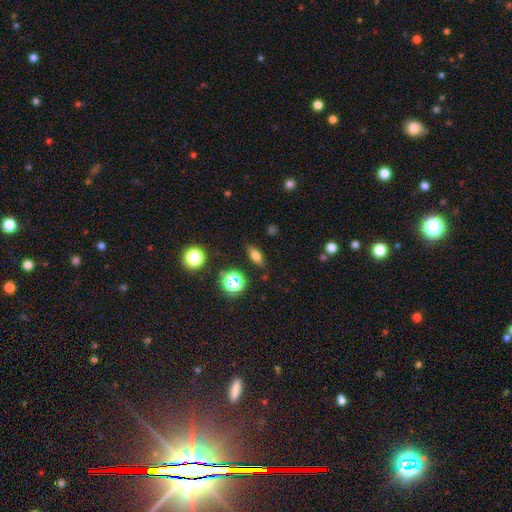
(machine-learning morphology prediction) Smooth or featured? smooth (64%)
How rounded? in between (68%)
Merging? none (84%)